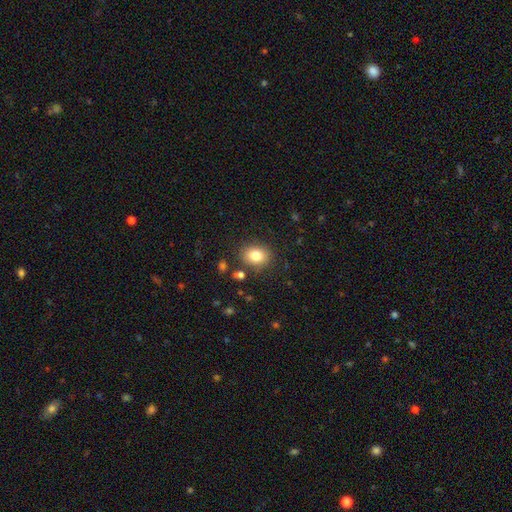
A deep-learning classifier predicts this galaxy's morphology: A smooth galaxy with no disk features (82%) that is round (54%).

Vote fractions:
- Smooth or featured? smooth: 82% / star or artifact: 10% / featured or disk: 8%
- How rounded? round: 54% / in between: 46% / cigar-shaped: 1%
- Merging? none: 83% / minor disturbance: 10% / merger: 3% / major disturbance: 3%